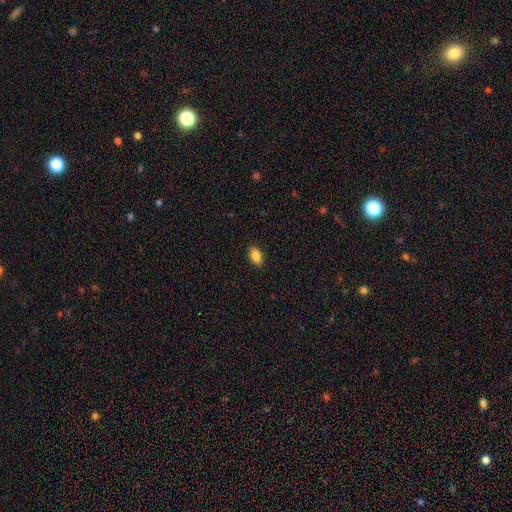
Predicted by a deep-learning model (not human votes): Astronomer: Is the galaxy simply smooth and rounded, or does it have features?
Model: smooth — 86%.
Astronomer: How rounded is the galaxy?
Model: in between — 89%.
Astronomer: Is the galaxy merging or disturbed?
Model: none — 88%.